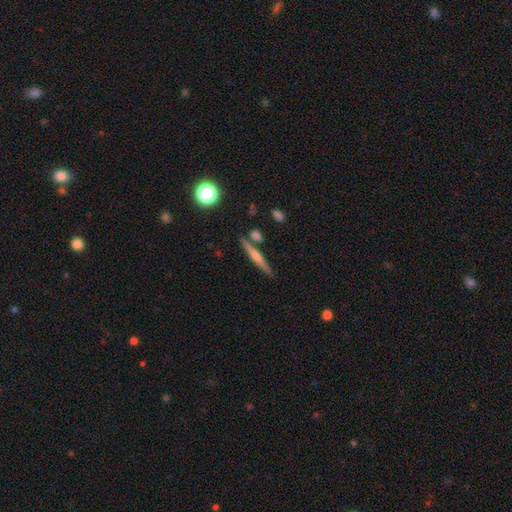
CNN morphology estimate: Overall: featured or disk (60%; smooth 31%). Edge-on disk: yes (96%). Edge-on bulge: rounded (76%). Merging: none (83%).